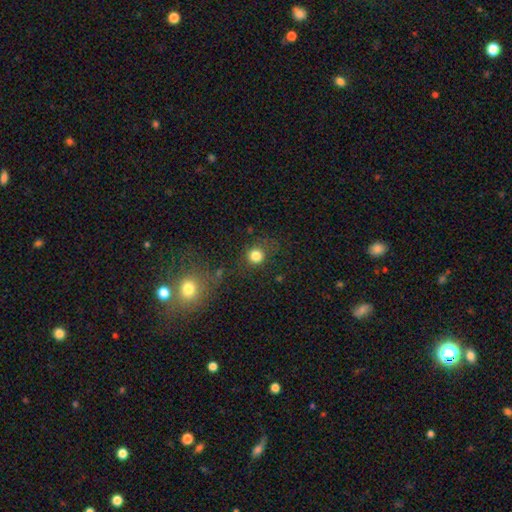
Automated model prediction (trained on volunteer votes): Overall: smooth (81%). How rounded: round (88%). Merging: none (76%).